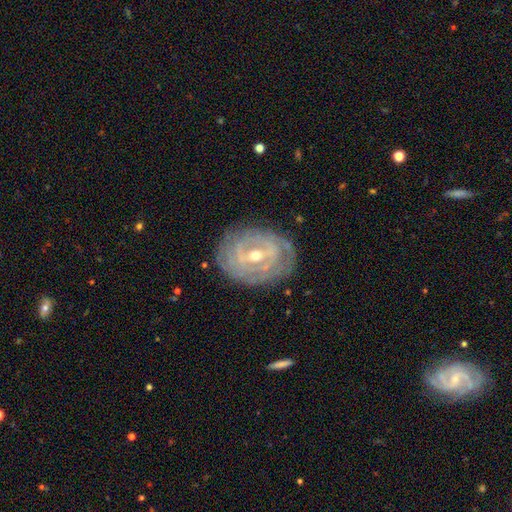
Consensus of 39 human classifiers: This is clearly a featured or disk galaxy (87%). It is clearly not viewed edge-on (91%). Bar: possibly weak (52%). Spiral arm pattern: clearly yes (81%). Spiral arm count: possibly can't tell (56%). Spiral winding: likely tight (72%). Central bulge: likely moderate (61%). Merging: clearly none (87%).